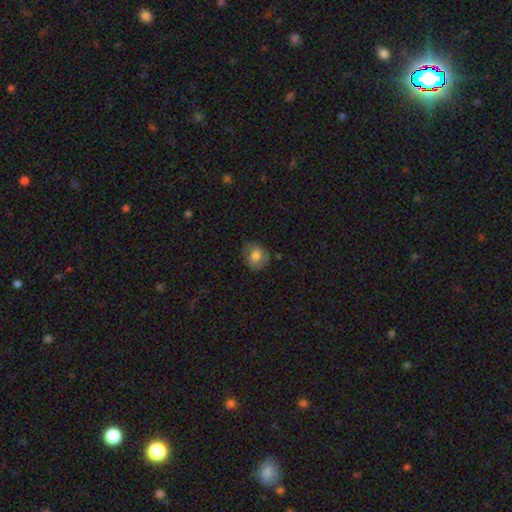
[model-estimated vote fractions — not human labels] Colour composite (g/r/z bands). It shows a smooth galaxy with no disk features (69%) that is round (66%). Merging: none (74%).